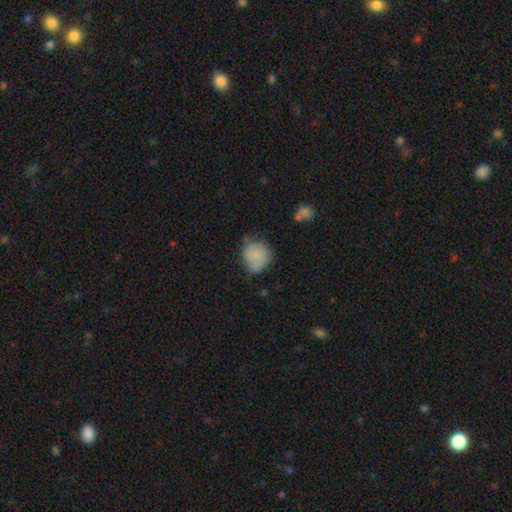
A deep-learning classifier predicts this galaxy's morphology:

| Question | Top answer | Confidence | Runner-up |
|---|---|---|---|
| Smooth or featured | smooth | 76% | featured or disk (16%) |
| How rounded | round | 78% | in between (21%) |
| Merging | none | 55% | minor disturbance (32%) |